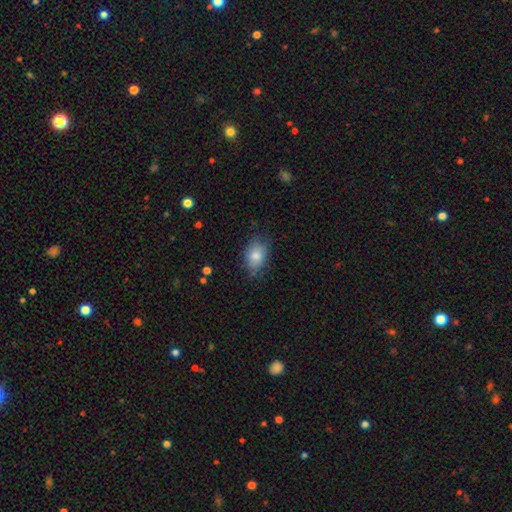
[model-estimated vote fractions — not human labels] This appears to be a smooth galaxy with no disk features (81%) that is in between round and cigar-shaped (81%). Merging: none (73%).